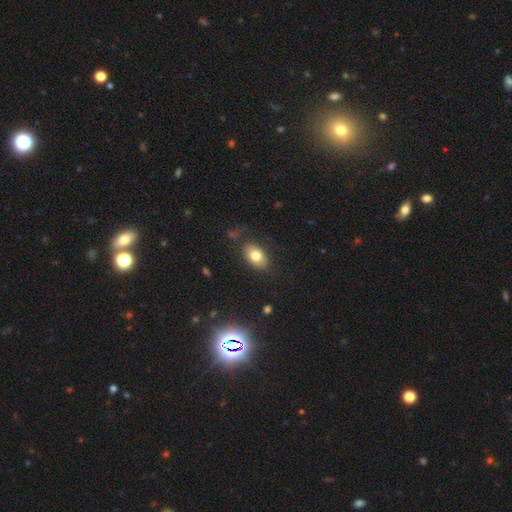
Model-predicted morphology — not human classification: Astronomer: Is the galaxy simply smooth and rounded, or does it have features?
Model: smooth — 77%.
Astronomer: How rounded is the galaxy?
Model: in between — 87%.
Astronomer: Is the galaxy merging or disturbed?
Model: none — 81%.